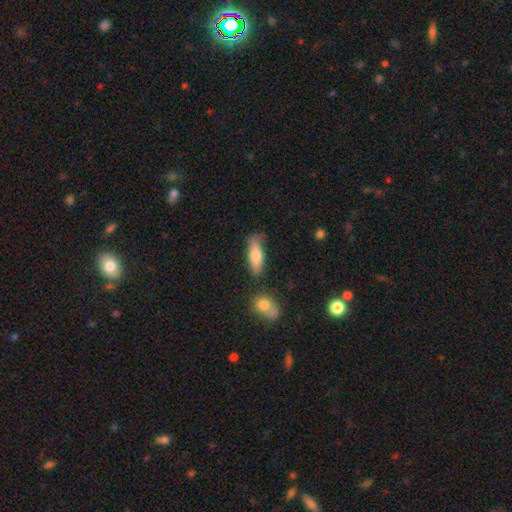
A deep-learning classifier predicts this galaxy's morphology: smooth_or_featured: smooth (p=0.71) [alt: featured or disk p=0.22]
how_rounded: in between (p=0.54) [alt: cigar-shaped p=0.43]
merging: none (p=0.67) [alt: minor disturbance p=0.19]